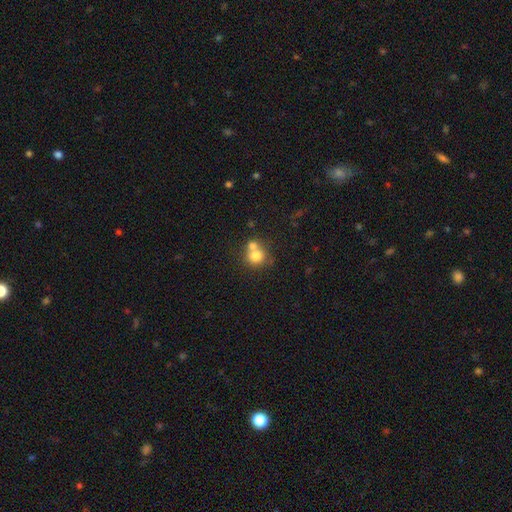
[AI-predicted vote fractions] The model was most divided on "merging": merger: 49%, none: 41%, minor disturbance: 7%, major disturbance: 3%. More confident: how rounded — round (83%); smooth or featured — smooth (75%).